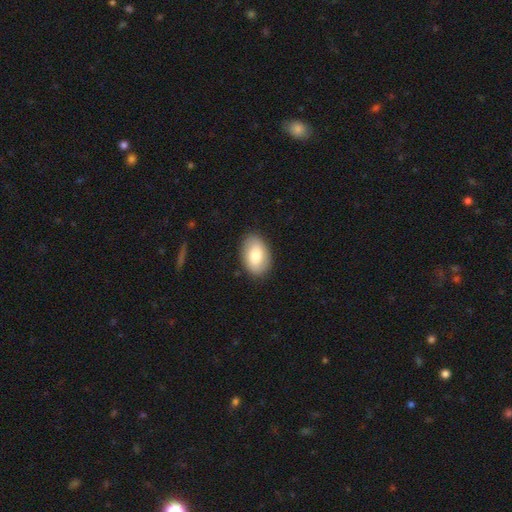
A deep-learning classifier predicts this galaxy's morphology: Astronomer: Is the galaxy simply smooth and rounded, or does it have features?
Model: smooth — 77%.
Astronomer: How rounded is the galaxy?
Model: in between — 90%.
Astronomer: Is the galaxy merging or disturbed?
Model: none — 87%.